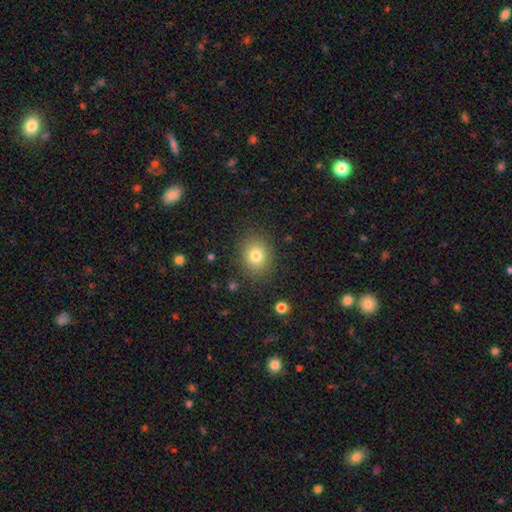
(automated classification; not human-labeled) A smooth galaxy with no disk features (79%) that is round (65%). Merging: none (86%).